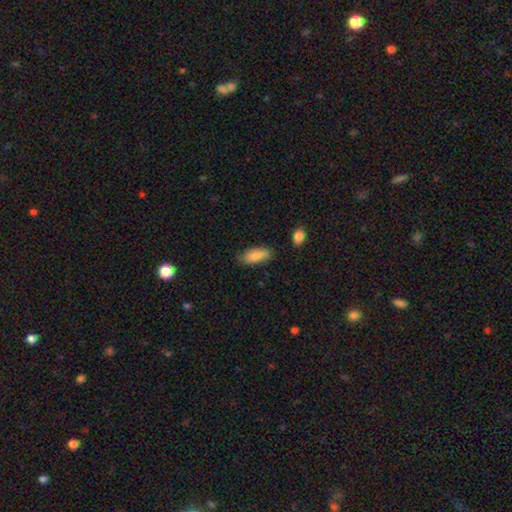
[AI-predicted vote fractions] smooth-or-featured: smooth: 82% | featured or disk: 11% | star or artifact: 6%
  how-rounded: in between: 82% | cigar-shaped: 16% | round: 2%
  merging: none: 72% | minor disturbance: 21% | major disturbance: 4% | merger: 3%